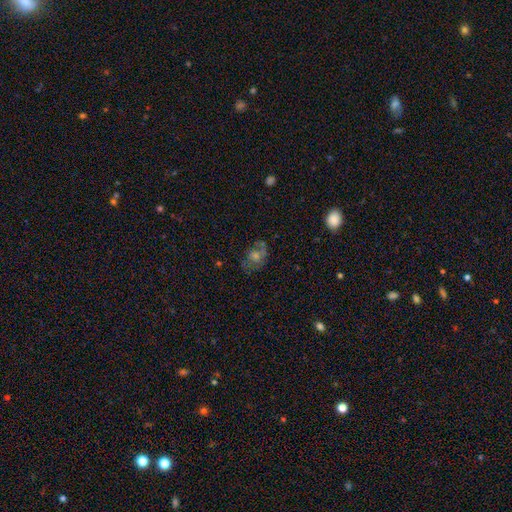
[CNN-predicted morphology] Smooth or featured? featured or disk (49%)
Merging? none (65%)